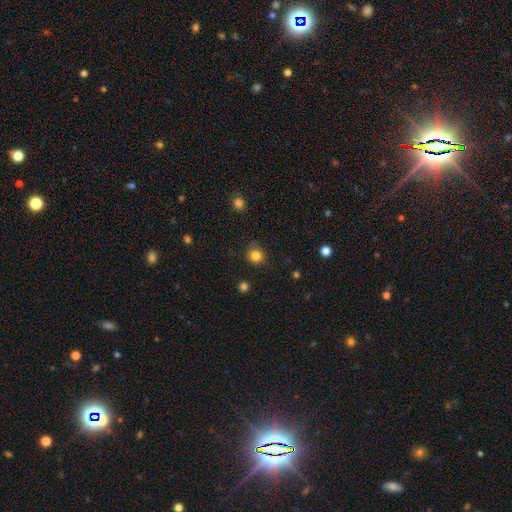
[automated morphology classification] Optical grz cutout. It shows a smooth galaxy with no disk features (83%) that is round (87%). Merging: none (84%).